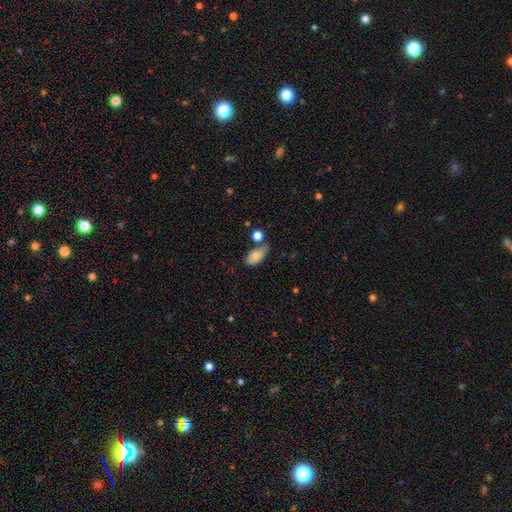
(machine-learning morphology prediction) This appears to be a smooth galaxy with no disk features (81%) that is in between round and cigar-shaped (90%). Merging: none (50%).